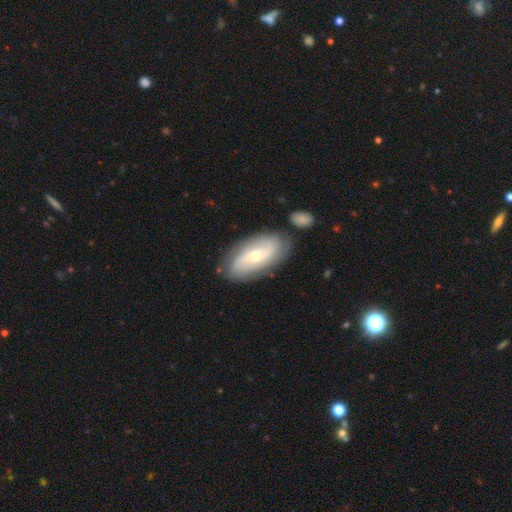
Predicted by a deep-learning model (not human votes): featured or disk 71%, smooth 24%, star or artifact 6%. Down the decision tree: edge-on disk — no (92%); bar — no (63%); spiral arms — yes (85%); spiral arm count — 2 (60%); spiral winding — tight (39%); bulge size — small (60%); merging — none (77%).